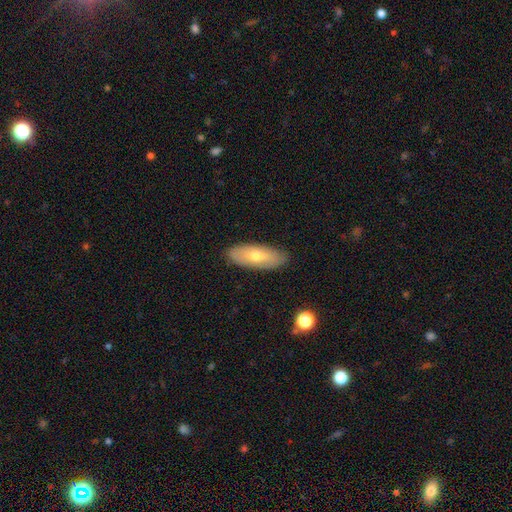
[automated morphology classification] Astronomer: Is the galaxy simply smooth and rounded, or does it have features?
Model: smooth — 58% (runner-up: featured or disk, 35%).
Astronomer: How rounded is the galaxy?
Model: in between — 72%.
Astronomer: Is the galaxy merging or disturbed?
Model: none — 87%.